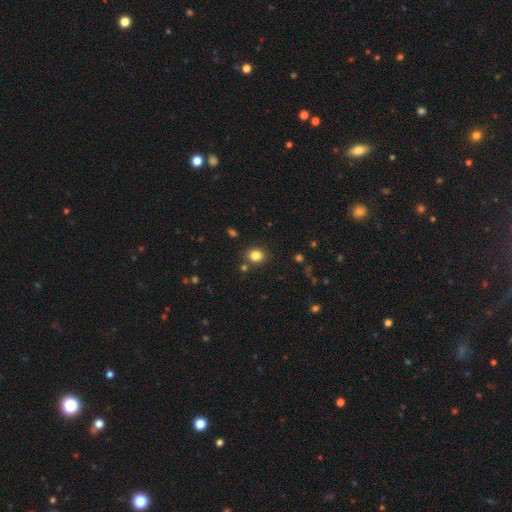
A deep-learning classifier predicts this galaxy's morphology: A smooth galaxy with no disk features (83%) that is round (67%). Merging: none (83%).